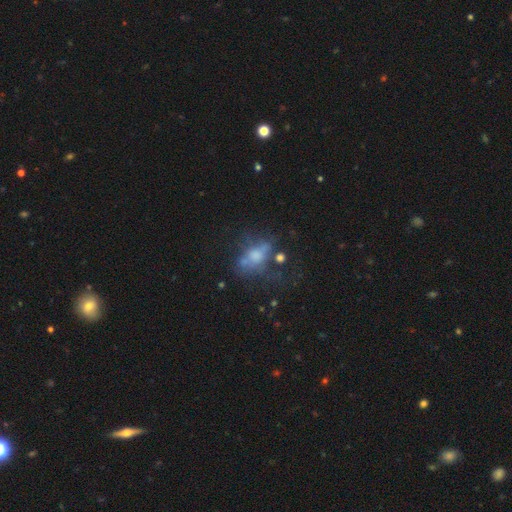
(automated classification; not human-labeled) A featured or disk galaxy (43%). Merging: none (36%).